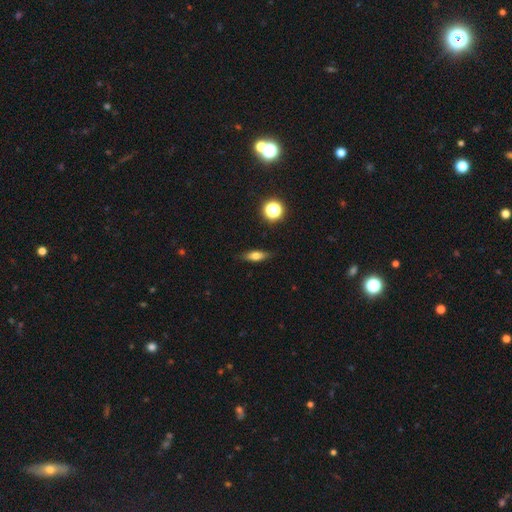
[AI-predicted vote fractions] smooth 65%, featured or disk 25%, star or artifact 10%. Down the decision tree: how rounded — in between (58%); merging — none (84%).